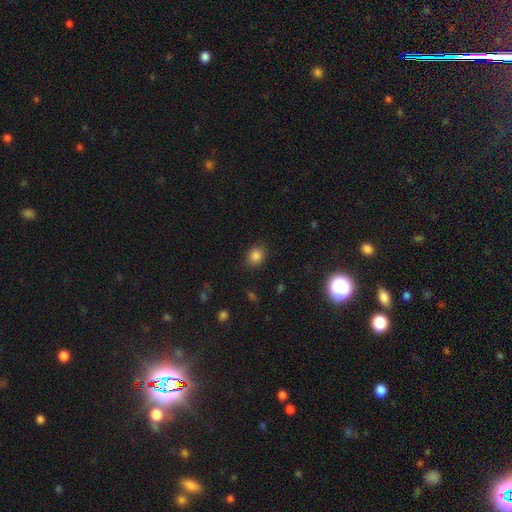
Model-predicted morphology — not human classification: This is clearly a smooth galaxy (84%). How rounded: likely round (61%). Merging: clearly none (87%).